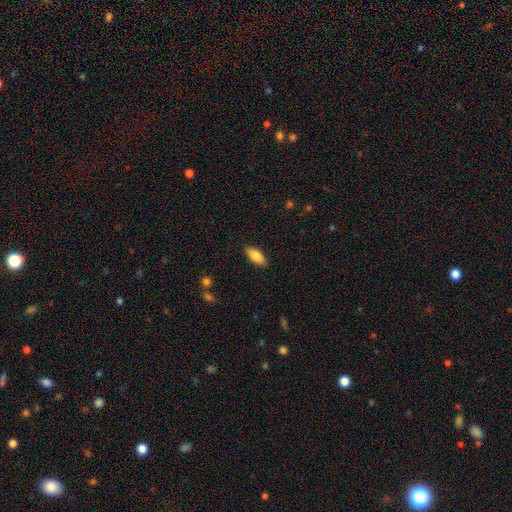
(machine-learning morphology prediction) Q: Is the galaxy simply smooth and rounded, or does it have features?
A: smooth — 83%.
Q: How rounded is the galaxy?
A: in between — 80%.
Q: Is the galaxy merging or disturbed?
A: none — 88%.